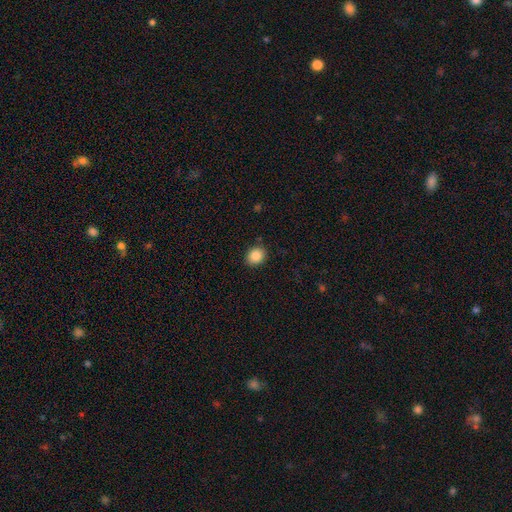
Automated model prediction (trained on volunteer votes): A smooth galaxy with no disk features (87%) that is round (57%).

Vote fractions:
- Smooth or featured? smooth: 87% / star or artifact: 9% / featured or disk: 4%
- How rounded? round: 57% / in between: 42% / cigar-shaped: 1%
- Merging? none: 88% / minor disturbance: 9% / major disturbance: 2% / merger: 1%